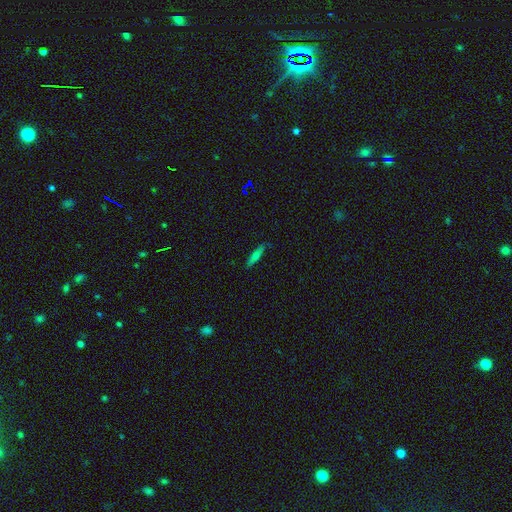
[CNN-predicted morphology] The model was most divided on "smooth or featured": smooth: 57%, featured or disk: 34%, star or artifact: 9%. More confident: merging — none (85%); how rounded — cigar-shaped (82%).